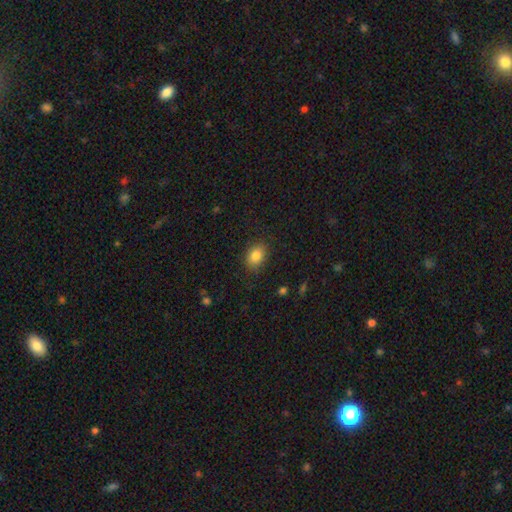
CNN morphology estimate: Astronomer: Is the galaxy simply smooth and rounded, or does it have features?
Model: smooth — 85%.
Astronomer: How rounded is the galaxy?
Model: in between — 67%.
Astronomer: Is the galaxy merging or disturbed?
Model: none — 84%.